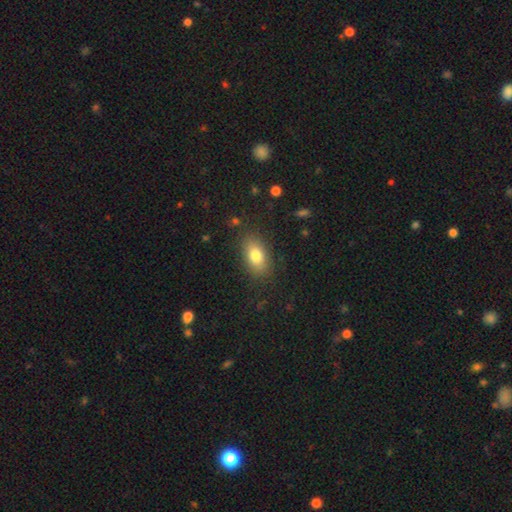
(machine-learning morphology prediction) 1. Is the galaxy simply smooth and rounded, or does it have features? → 80% smooth, 12% featured or disk, 9% star or artifact.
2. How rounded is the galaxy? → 88% in between, 9% round, 3% cigar-shaped.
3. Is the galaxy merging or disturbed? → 85% none, 11% minor disturbance, 3% major disturbance, 1% merger.